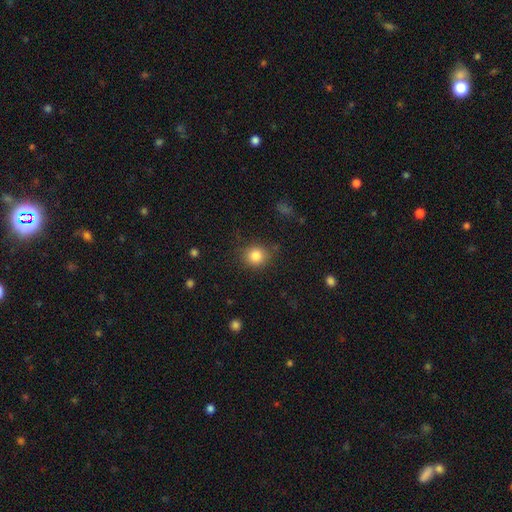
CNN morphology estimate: Overall: smooth (84%). How rounded: round (85%). Merging: none (83%).